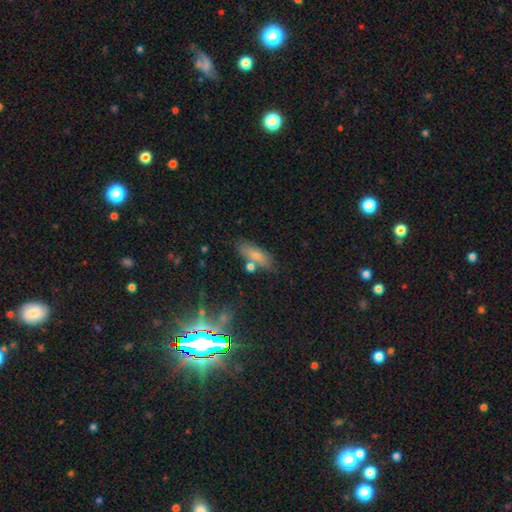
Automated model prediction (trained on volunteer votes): A smooth galaxy with no disk features (57%) that is in between round and cigar-shaped (59%).

Vote fractions:
- Smooth or featured? smooth: 57% / star or artifact: 22% / featured or disk: 21%
- How rounded? in between: 59% / cigar-shaped: 36% / round: 5%
- Merging? none: 71% / minor disturbance: 14% / merger: 11% / major disturbance: 4%